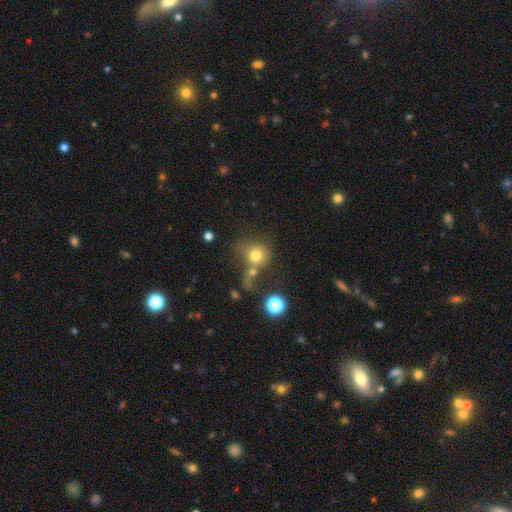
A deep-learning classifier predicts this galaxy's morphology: The model was most divided on "merging": merger: 39%, none: 33%, major disturbance: 15%, minor disturbance: 13%. More confident: how rounded — round (81%); smooth or featured — smooth (74%).